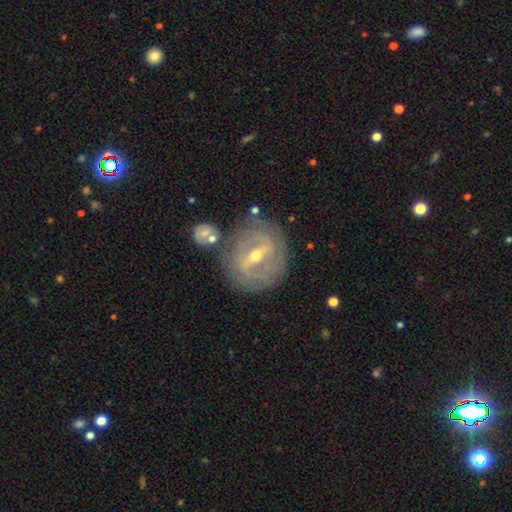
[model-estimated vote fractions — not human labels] The model was most divided on "bulge size": moderate: 51%, small: 46%, large: 1%, none: 1%, dominant: 1%. More confident: edge-on disk — no (90%); smooth or featured — featured or disk (82%); merging — none (77%); spiral arms — yes (68%); bar — strong (65%); spiral winding — tight (58%); spiral arm count — 2 (50%).